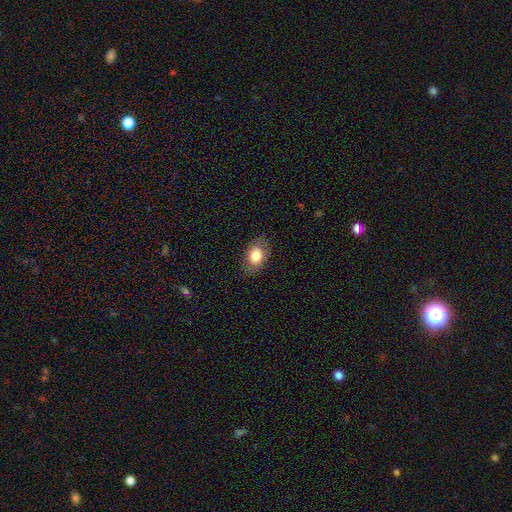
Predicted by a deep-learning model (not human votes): smooth_or_featured: smooth (p=0.78) [alt: featured or disk p=0.15]
how_rounded: in between (p=0.83) [alt: round p=0.15]
merging: none (p=0.82) [alt: minor disturbance p=0.13]